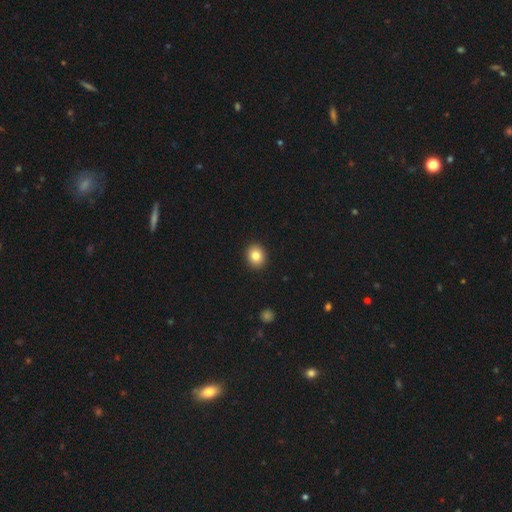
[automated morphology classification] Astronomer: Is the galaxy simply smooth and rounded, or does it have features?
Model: smooth — 83%.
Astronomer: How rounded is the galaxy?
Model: round — 63%.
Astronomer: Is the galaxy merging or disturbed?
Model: none — 92%.